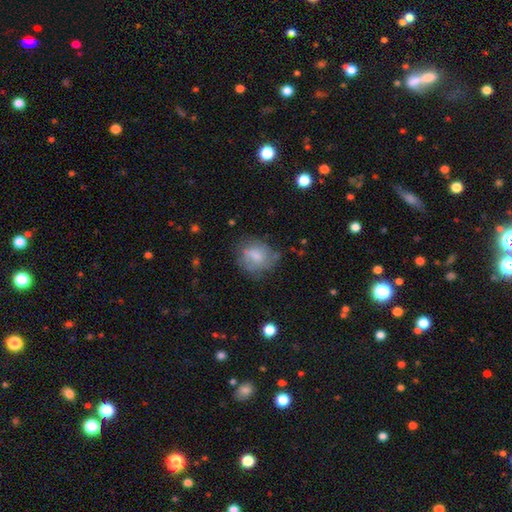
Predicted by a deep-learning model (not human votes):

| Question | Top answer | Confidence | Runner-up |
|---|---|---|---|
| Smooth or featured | smooth | 61% | featured or disk (30%) |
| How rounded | round | 61% | in between (38%) |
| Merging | none | 57% | minor disturbance (27%) |